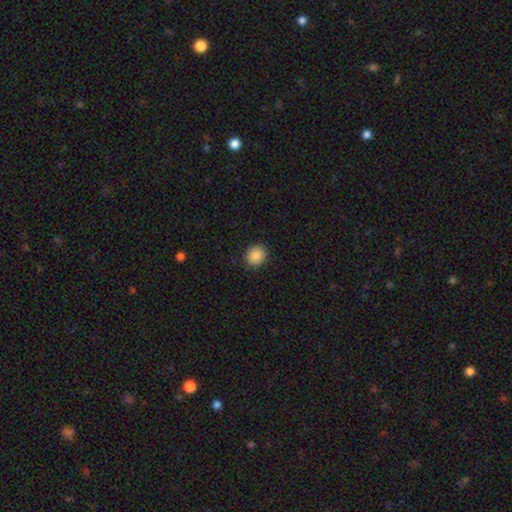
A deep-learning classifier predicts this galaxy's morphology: type=smooth (88%); roundness=round (81%); merging=none (91%).